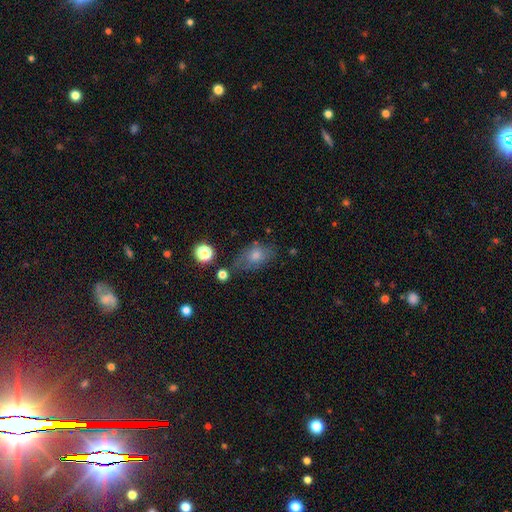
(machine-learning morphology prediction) Q: Smooth or featured?
A: smooth (61%); runner-up: featured or disk (23%)
Q: How rounded?
A: in between (77%); runner-up: round (20%)
Q: Merging?
A: none (61%); runner-up: minor disturbance (24%)